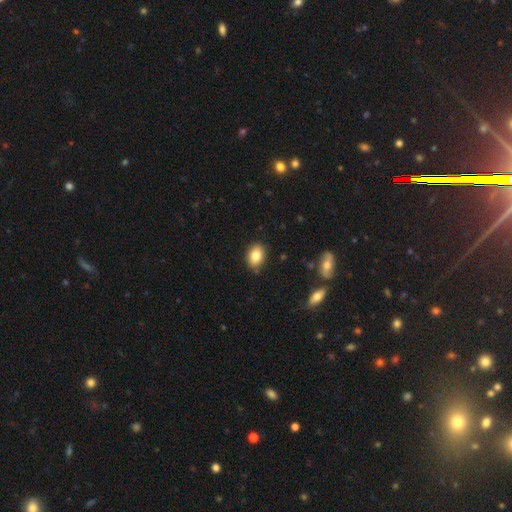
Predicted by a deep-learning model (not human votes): smooth-or-featured: smooth: 83% | star or artifact: 9% | featured or disk: 8%
  how-rounded: in between: 78% | round: 21% | cigar-shaped: 1%
  merging: none: 84% | minor disturbance: 12% | major disturbance: 2% | merger: 2%